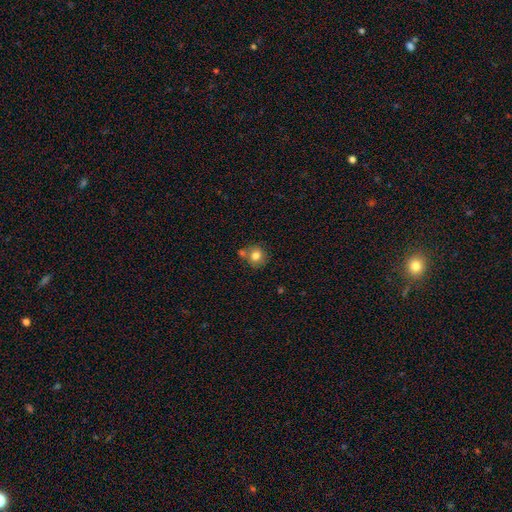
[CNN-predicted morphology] smooth 80%, featured or disk 11%, star or artifact 10%. Down the decision tree: how rounded — round (85%); merging — none (61%).